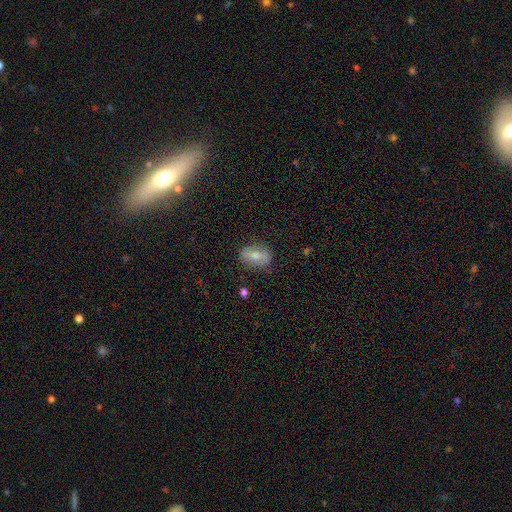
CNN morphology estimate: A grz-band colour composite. It shows a smooth galaxy with no disk features (65%) that is in between round and cigar-shaped (82%). Merging: none (78%).